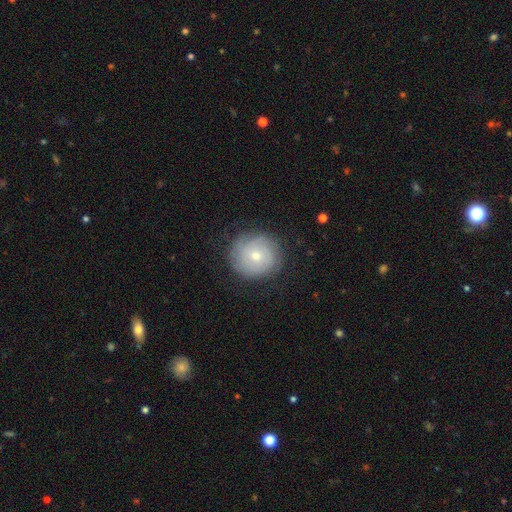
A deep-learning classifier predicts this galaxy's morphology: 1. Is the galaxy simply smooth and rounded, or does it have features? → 46% featured or disk (tied), 46% smooth (tied), 8% star or artifact.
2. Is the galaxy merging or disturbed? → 80% none, 14% minor disturbance, 5% major disturbance, 1% merger.